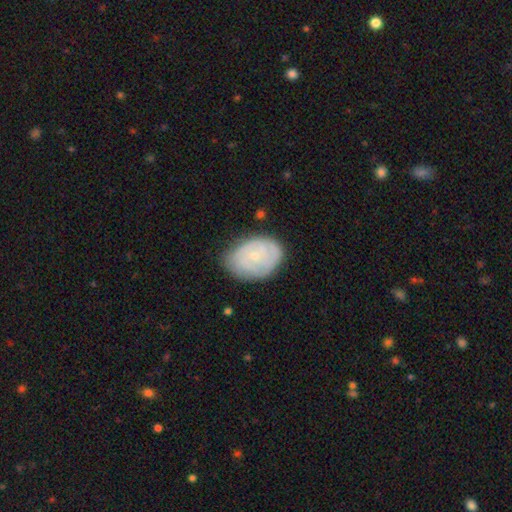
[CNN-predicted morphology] featured or disk 58%, smooth 36%, star or artifact 6%. Down the decision tree: edge-on disk — no (97%); bar — no (79%); spiral arms — yes (75%); bulge size — small (75%); merging — none (68%).